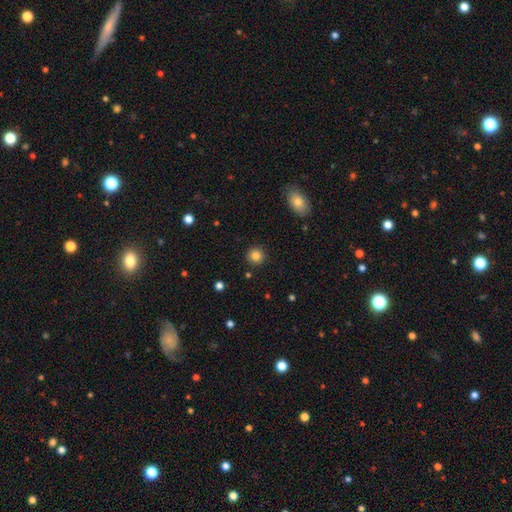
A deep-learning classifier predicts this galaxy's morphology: Smooth or featured: smooth — 83% (star or artifact — 11%)
How rounded: round — 93% (in between — 6%)
Merging: none — 91% (minor disturbance — 5%)